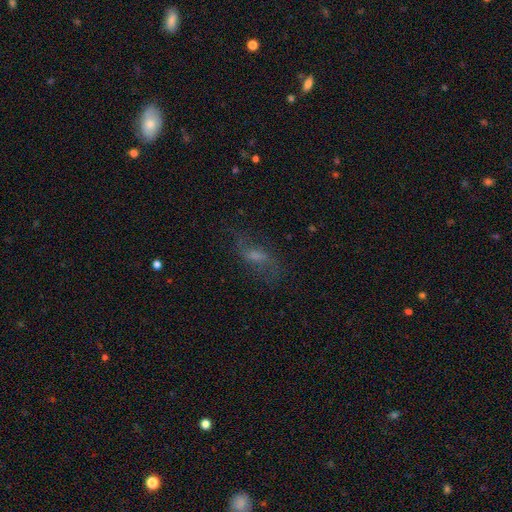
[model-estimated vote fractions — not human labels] Smooth or featured? featured or disk (49%)
Merging? none (68%)